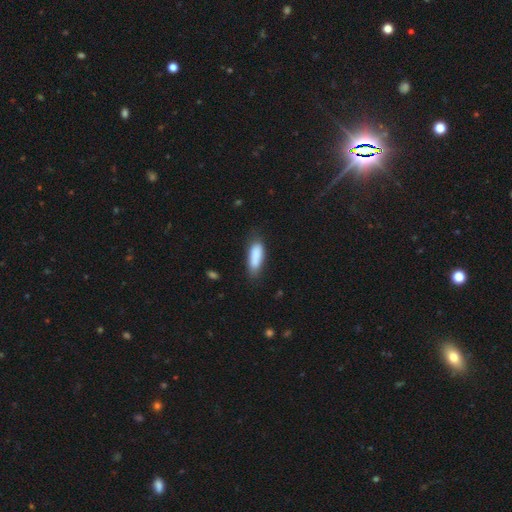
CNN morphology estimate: Smooth or featured: smooth — 85% (featured or disk — 8%)
How rounded: in between — 59% (cigar-shaped — 39%)
Merging: none — 66% (minor disturbance — 24%)